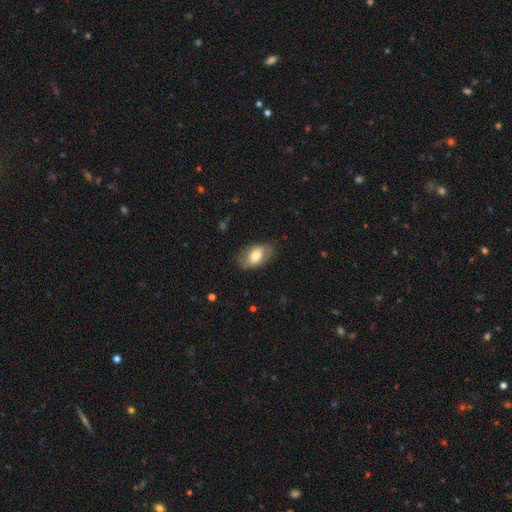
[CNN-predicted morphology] Smooth or featured: smooth — 68% (featured or disk — 25%)
How rounded: in between — 91% (round — 7%)
Merging: none — 77% (minor disturbance — 17%)